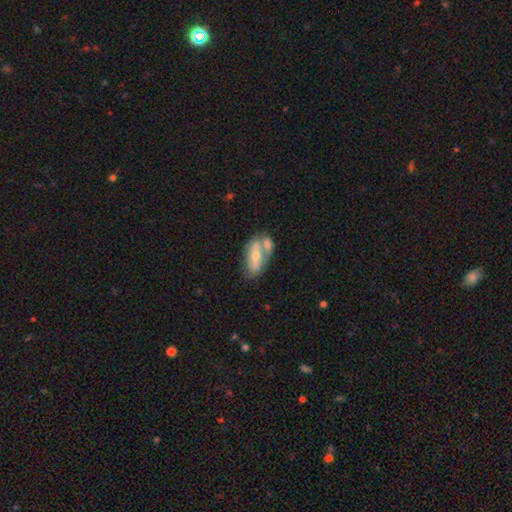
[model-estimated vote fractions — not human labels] Overall: smooth (49%; featured or disk 44%). Merging: merger (44%; none 36%).